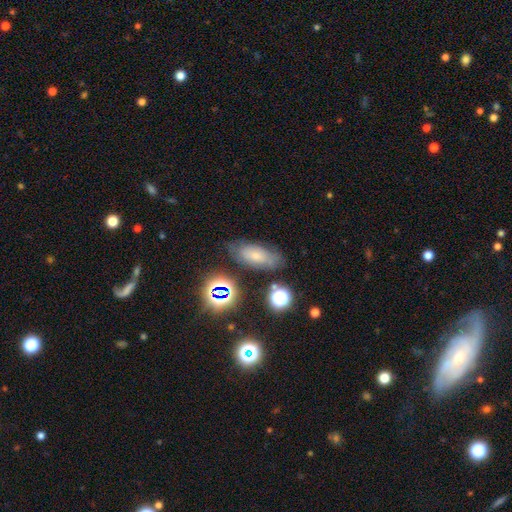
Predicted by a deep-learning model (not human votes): Smooth or featured: smooth — 59% (featured or disk — 21%)
How rounded: in between — 83% (cigar-shaped — 10%)
Merging: none — 69% (minor disturbance — 19%)